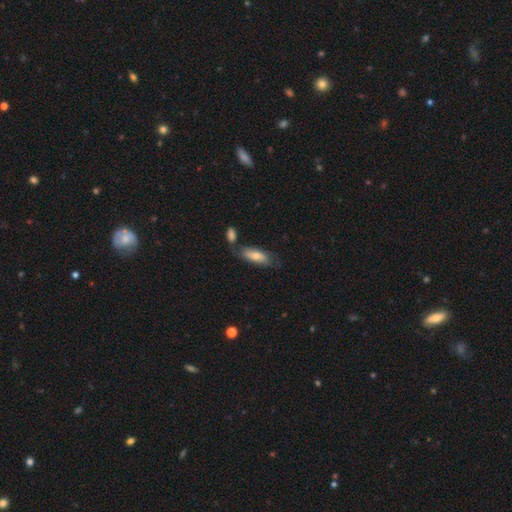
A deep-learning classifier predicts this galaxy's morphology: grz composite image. It shows a smooth galaxy with no disk features (64%) that is in between round and cigar-shaped (70%). Merging: none (60%).